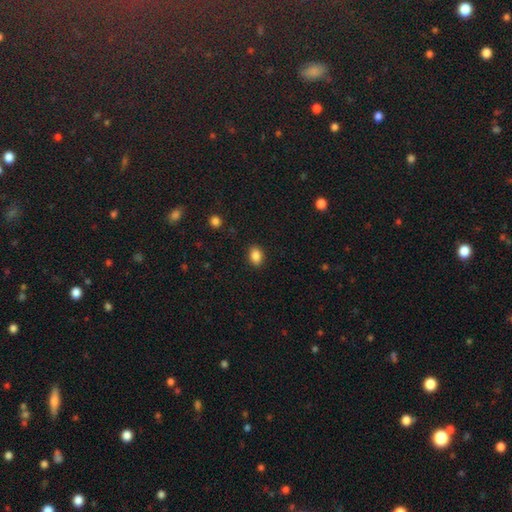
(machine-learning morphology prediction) This appears to be a smooth galaxy with no disk features (87%) that is in between round and cigar-shaped (71%). Merging: none (88%).